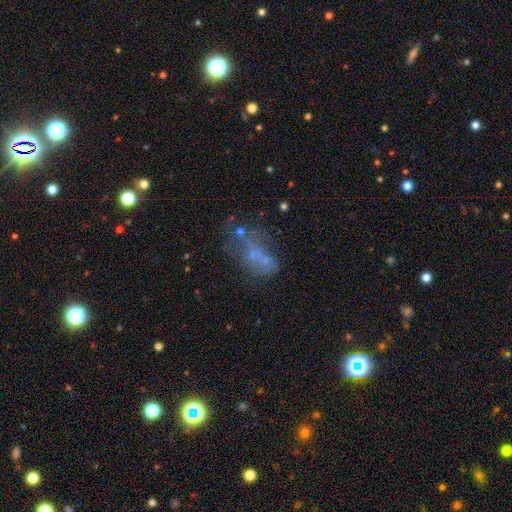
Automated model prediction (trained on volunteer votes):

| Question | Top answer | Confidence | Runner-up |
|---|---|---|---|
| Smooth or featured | featured or disk | 44% | smooth (36%) |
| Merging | major disturbance | 30% | none (29%) |